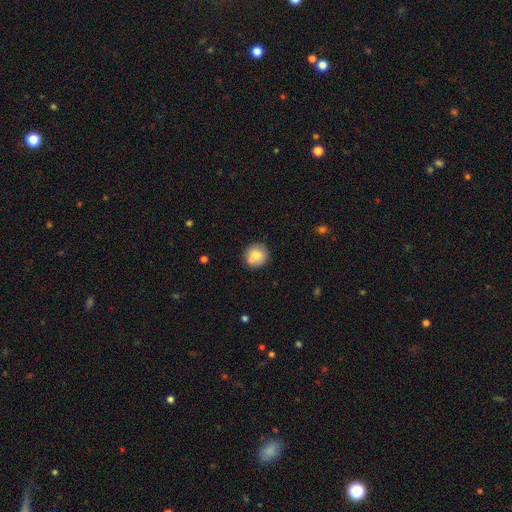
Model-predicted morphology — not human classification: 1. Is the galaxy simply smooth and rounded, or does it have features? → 77% smooth, 15% featured or disk, 9% star or artifact.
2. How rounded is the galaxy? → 92% round, 8% in between, 1% cigar-shaped.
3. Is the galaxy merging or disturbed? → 72% none, 14% merger, 12% minor disturbance, 3% major disturbance.